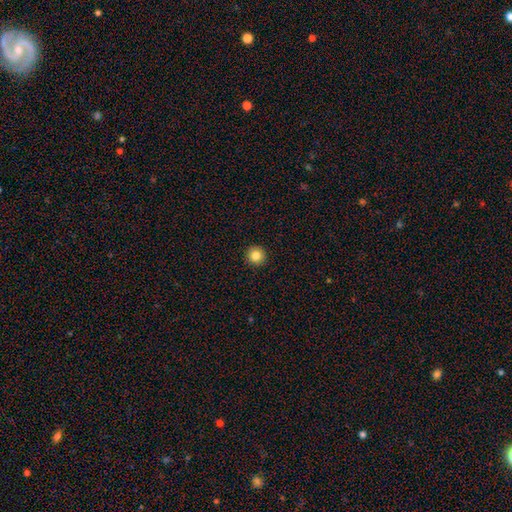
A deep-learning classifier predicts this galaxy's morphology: Smooth or featured: smooth — 84% (star or artifact — 11%)
How rounded: round — 96% (in between — 3%)
Merging: none — 94% (minor disturbance — 4%)